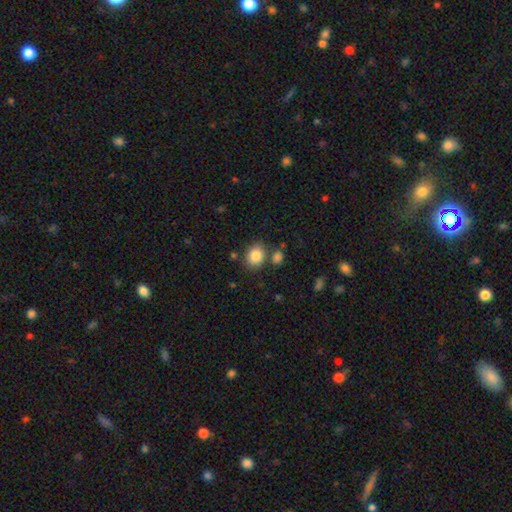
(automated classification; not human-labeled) This appears to be a smooth galaxy with no disk features (86%) that is in between round and cigar-shaped (50%). Merging: none (73%).